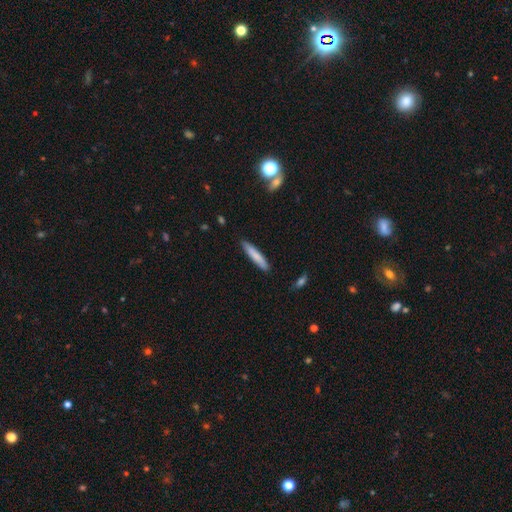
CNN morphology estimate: Q: Smooth or featured?
A: smooth (79%); runner-up: featured or disk (15%)
Q: How rounded?
A: cigar-shaped (90%); runner-up: in between (8%)
Q: Merging?
A: none (86%); runner-up: minor disturbance (11%)